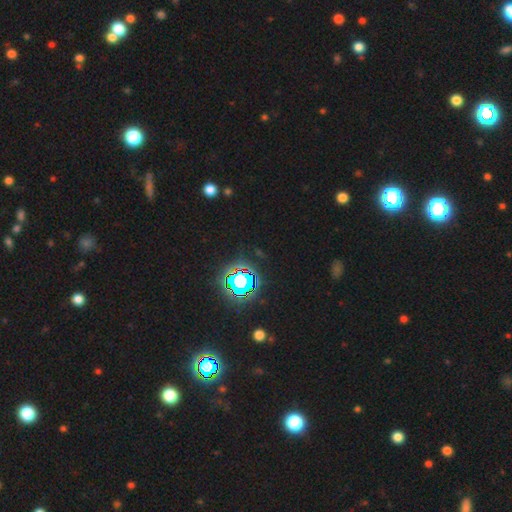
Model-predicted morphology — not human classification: The model was most divided on "smooth or featured": star or artifact: 79%, smooth: 13%, featured or disk: 8%.